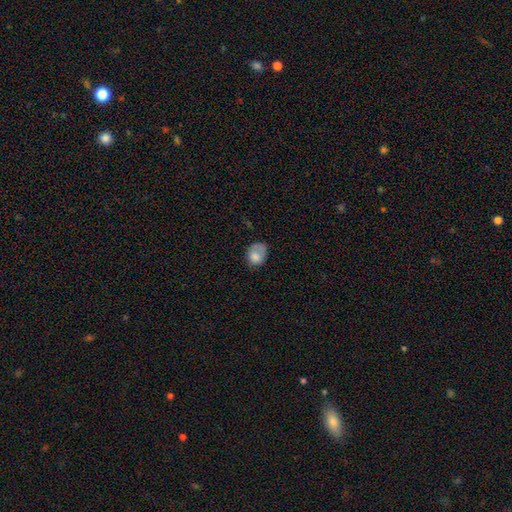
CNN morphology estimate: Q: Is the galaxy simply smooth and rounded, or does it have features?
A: smooth — 75%.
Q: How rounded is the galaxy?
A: in between — 64%.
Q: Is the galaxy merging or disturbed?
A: none — 38%.